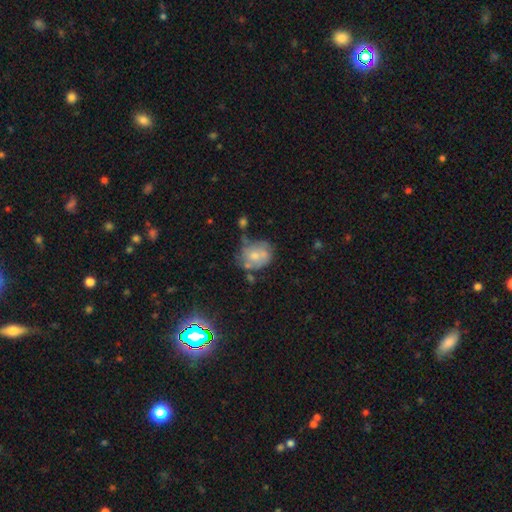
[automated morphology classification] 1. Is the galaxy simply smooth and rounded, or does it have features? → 48% smooth, 43% featured or disk, 9% star or artifact.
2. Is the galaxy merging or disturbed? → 39% none, 29% minor disturbance, 17% major disturbance, 15% merger.